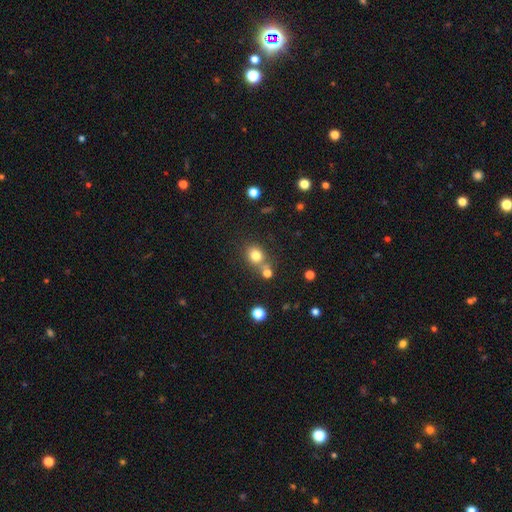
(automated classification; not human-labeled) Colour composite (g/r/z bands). It shows a smooth galaxy with no disk features (79%) that is round (73%). Merging: none (64%).